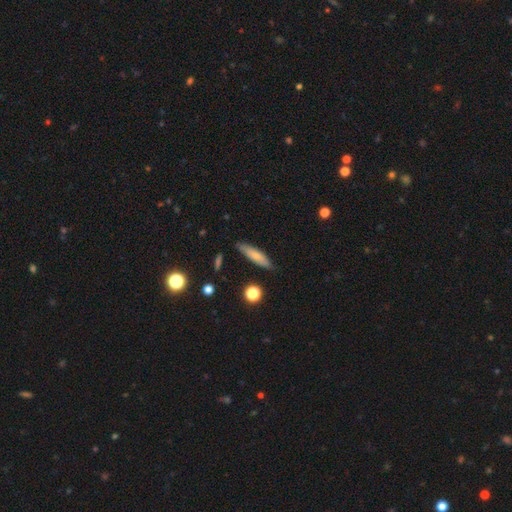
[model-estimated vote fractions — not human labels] Q: Smooth or featured?
A: smooth (74%); runner-up: featured or disk (19%)
Q: How rounded?
A: cigar-shaped (71%); runner-up: in between (27%)
Q: Merging?
A: none (82%); runner-up: minor disturbance (14%)